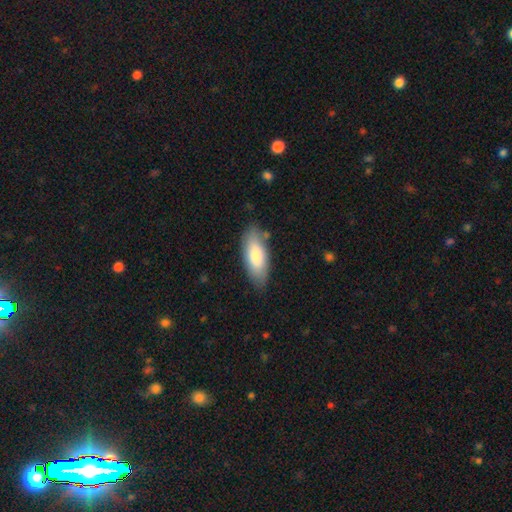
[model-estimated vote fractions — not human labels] A smooth galaxy with no disk features (78%) that is in between round and cigar-shaped (76%). Merging: none (81%).